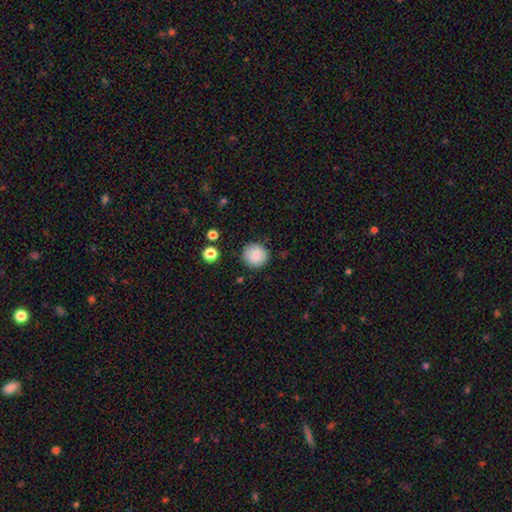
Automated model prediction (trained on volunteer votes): smooth_or_featured: smooth (p=0.85) [alt: star or artifact p=0.08]
how_rounded: round (p=0.93) [alt: in between p=0.06]
merging: none (p=0.85) [alt: minor disturbance p=0.10]